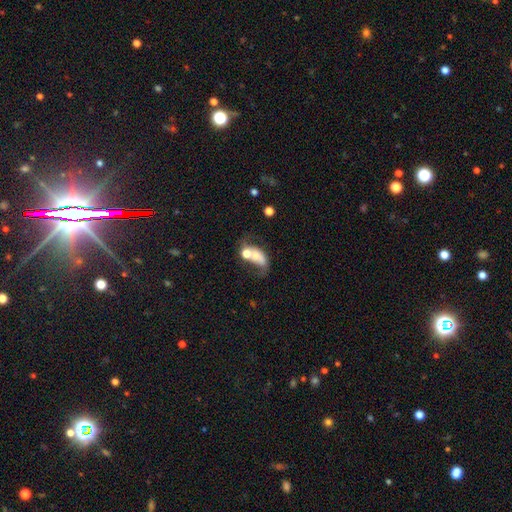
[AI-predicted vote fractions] This is possibly a smooth galaxy (48%). Merging: possibly merger (48%).